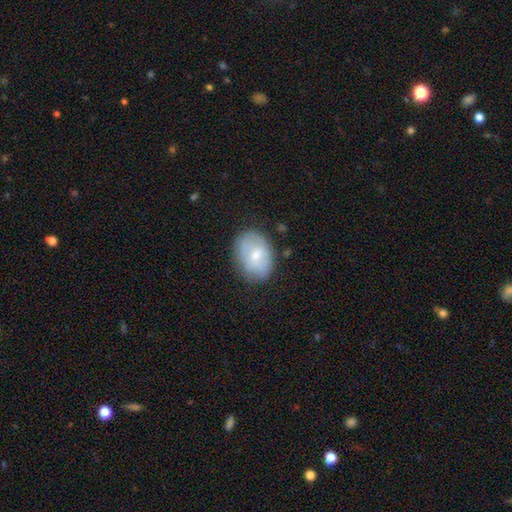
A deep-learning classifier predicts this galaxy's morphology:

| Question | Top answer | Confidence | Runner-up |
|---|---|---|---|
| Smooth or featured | smooth | 63% | featured or disk (30%) |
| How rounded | in between | 75% | round (24%) |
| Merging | none | 74% | minor disturbance (19%) |